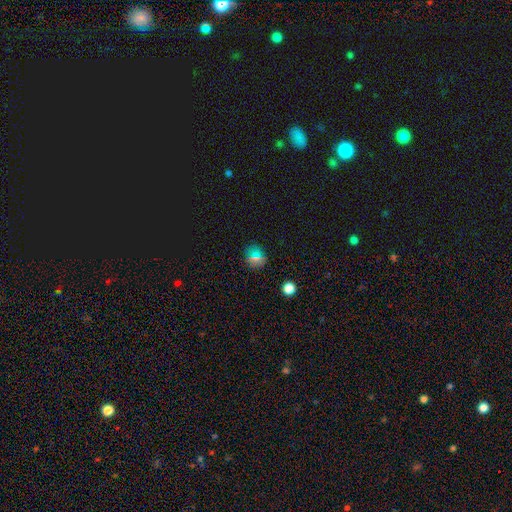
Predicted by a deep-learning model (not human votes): A smooth galaxy with no disk features (61%) that is round (81%). Merging: none (87%).